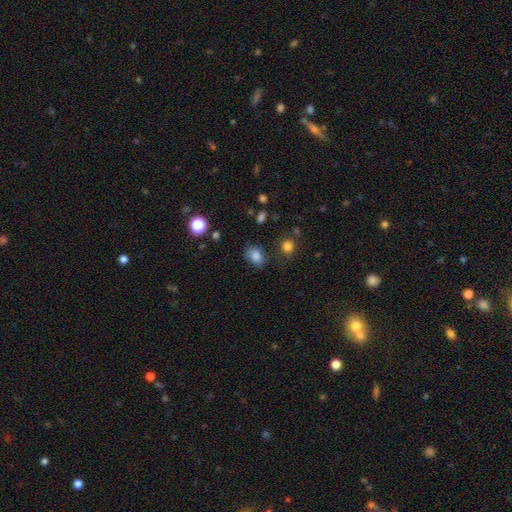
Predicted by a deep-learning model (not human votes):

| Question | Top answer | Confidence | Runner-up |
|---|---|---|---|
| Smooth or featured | smooth | 80% | star or artifact (12%) |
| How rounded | in between | 67% | round (32%) |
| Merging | none | 68% | minor disturbance (22%) |